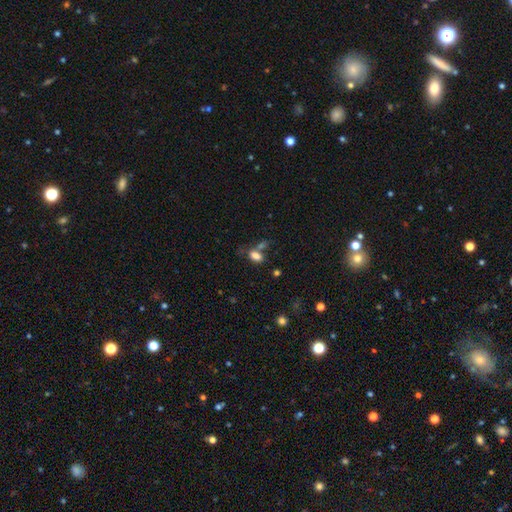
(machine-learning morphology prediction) This appears to be a smooth galaxy with no disk features (80%) that is in between round and cigar-shaped (88%). Merging: none (50%).